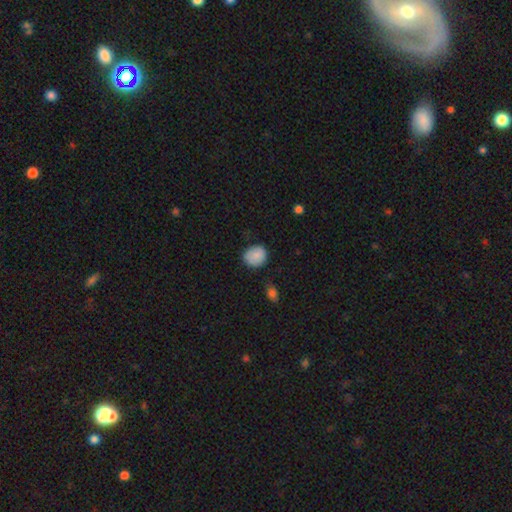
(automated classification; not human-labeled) This is clearly a smooth galaxy (86%). How rounded: likely round (69%). Merging: likely none (75%).